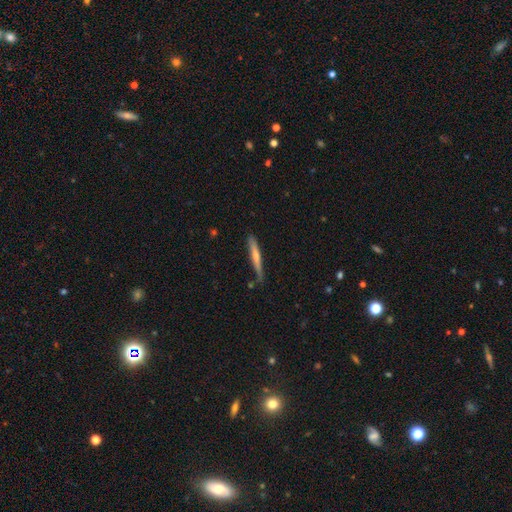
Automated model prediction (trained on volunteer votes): Smooth or featured?
  - featured or disk: 51% *
  - smooth: 43%
  - star or artifact: 6%
Edge-on disk?
  - yes: 96% *
  - no: 4%
Merging?
  - none: 79% *
  - minor disturbance: 16%
  - merger: 3%
  - major disturbance: 3%